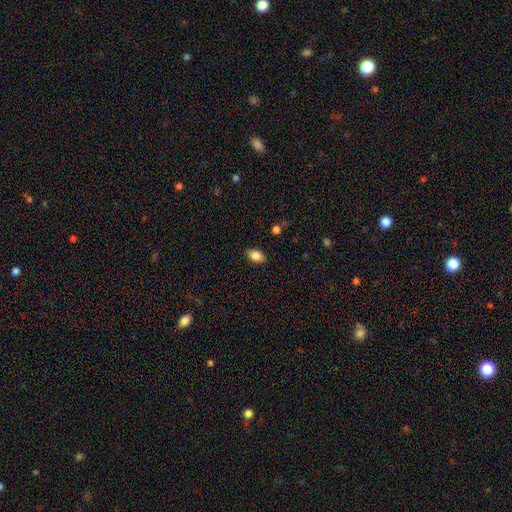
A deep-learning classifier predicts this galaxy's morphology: type=smooth (84%); roundness=in between (84%); merging=none (86%).